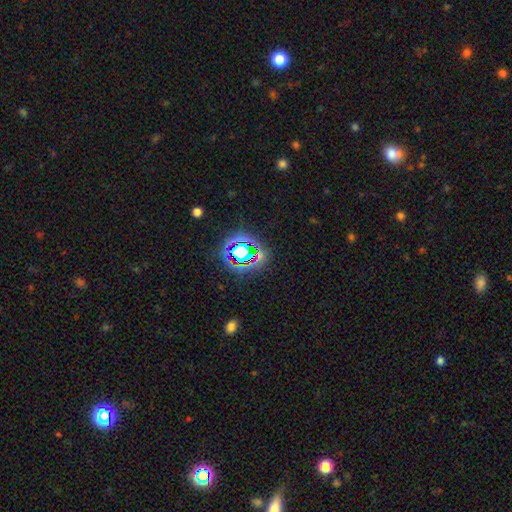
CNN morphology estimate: A star or artifact, not a galaxy (68%).

Vote fractions:
- Smooth or featured? star or artifact: 68% / smooth: 22% / featured or disk: 11%